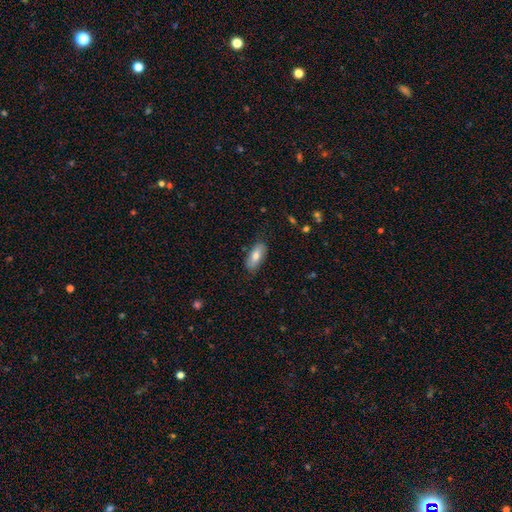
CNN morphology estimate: Overall: smooth (73%). How rounded: in between (84%). Merging: none (81%).